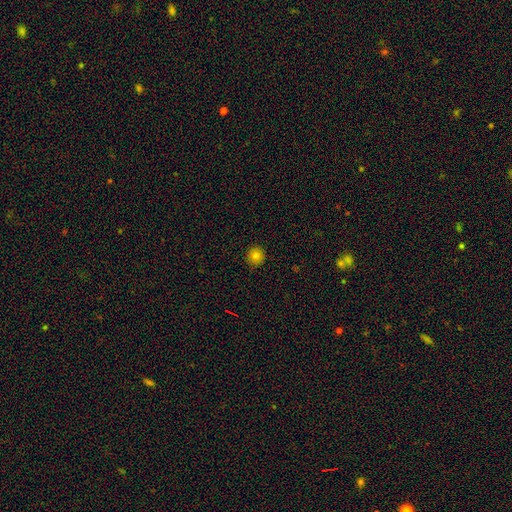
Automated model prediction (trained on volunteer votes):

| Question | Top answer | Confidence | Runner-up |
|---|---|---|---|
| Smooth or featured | smooth | 79% | star or artifact (14%) |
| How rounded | round | 94% | in between (6%) |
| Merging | none | 91% | minor disturbance (7%) |